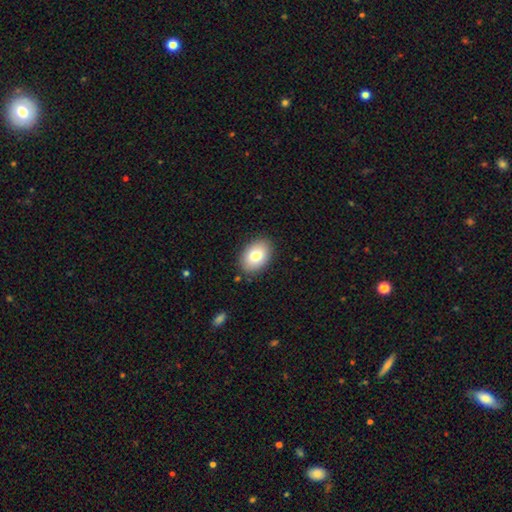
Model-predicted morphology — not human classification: Smooth or featured? Predicted: smooth (p=0.80). How rounded? Predicted: in between (p=0.84). Merging? Predicted: none (p=0.87).